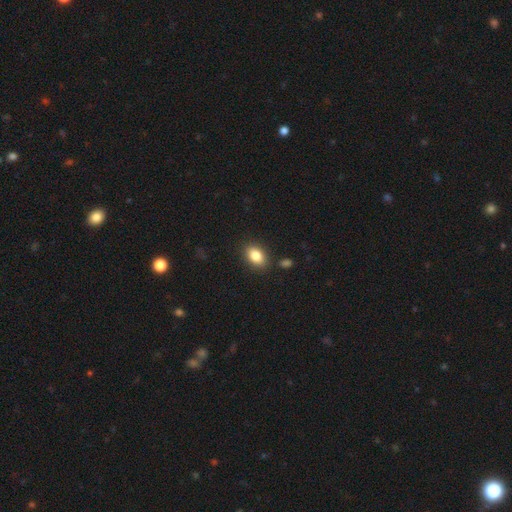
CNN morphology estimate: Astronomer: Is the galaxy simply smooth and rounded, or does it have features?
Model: smooth — 84%.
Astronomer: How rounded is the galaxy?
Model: in between — 84%.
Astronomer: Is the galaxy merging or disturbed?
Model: none — 85%.